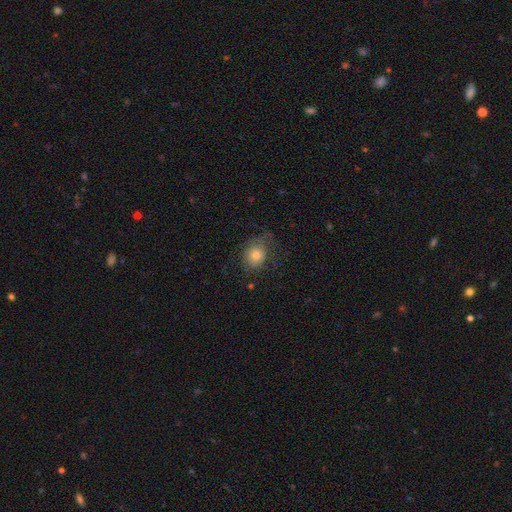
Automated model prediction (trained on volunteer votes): Morphology: type=smooth (72%); roundness=round (55%); merging=none (57%).